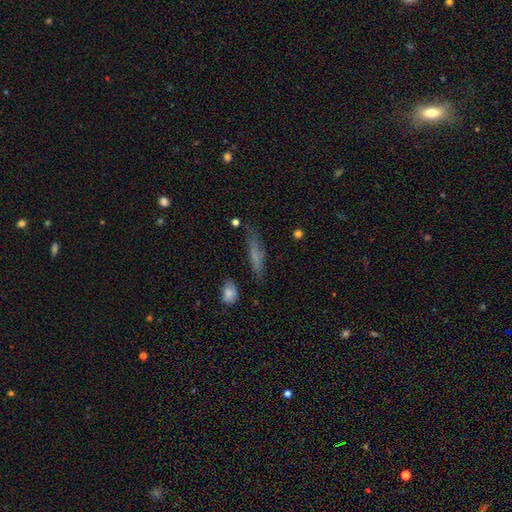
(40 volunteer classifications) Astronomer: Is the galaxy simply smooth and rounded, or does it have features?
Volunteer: smooth — 72%.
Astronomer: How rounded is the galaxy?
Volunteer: cigar-shaped — 79%.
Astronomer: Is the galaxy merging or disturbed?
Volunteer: none — 65%.